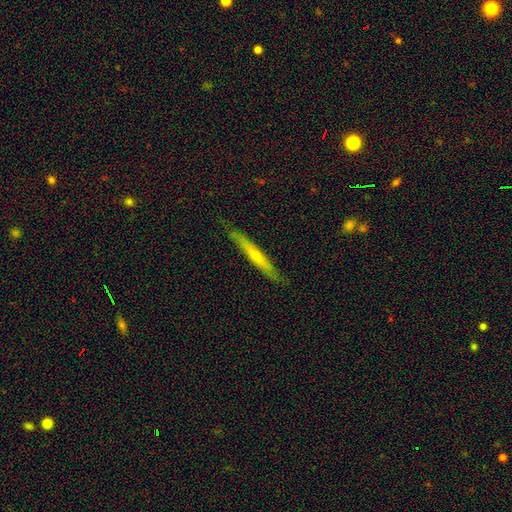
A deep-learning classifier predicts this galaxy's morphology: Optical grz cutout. It shows a featured or disk galaxy (56%) viewed edge-on (94%) with a rounded central bulge (59%). Merging: none (85%).